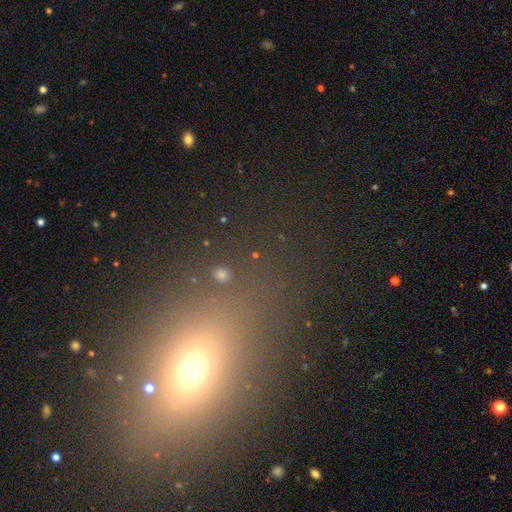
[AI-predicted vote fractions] Q: Smooth or featured?
A: star or artifact (47%); runner-up: smooth (44%)